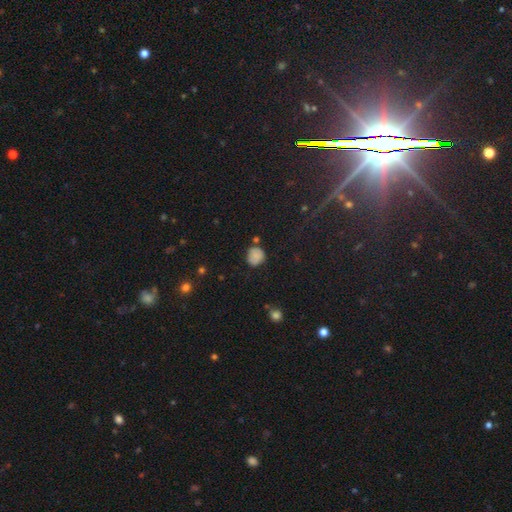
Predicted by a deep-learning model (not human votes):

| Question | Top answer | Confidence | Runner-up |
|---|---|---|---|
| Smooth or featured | smooth | 79% | star or artifact (13%) |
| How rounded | round | 79% | in between (20%) |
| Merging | none | 70% | minor disturbance (20%) |